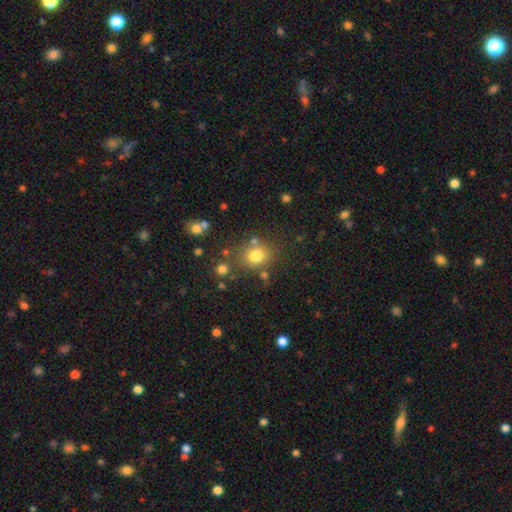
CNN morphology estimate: type=smooth (78%); roundness=round (67%); merging=none (72%).